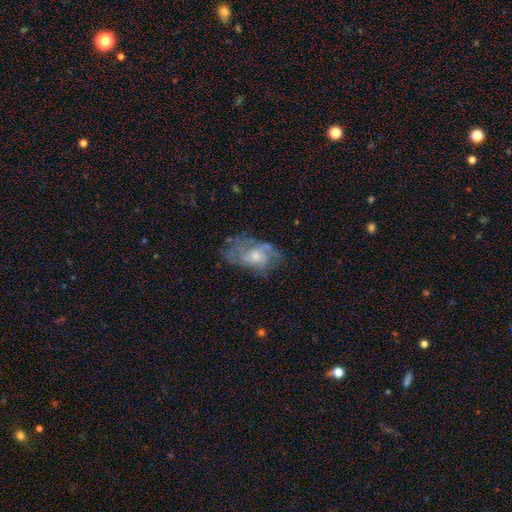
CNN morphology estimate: Smooth or featured?
  - featured or disk: 71% *
  - smooth: 21%
  - star or artifact: 8%
Edge-on disk?
  - no: 96% *
  - yes: 4%
Bar?
  - no: 72% *
  - weak: 25%
  - strong: 3%
Spiral arms?
  - yes: 78% *
  - no: 22%
Spiral winding?
  - medium: 44% *
  - tight: 32%
  - loose: 24%
Spiral arm count?
  - can't tell: 41% *
  - 2: 25%
  - 3: 17%
  - 4: 8%
  - 1: 5%
  - more than 4: 4%
Bulge size?
  - small: 48% *
  - moderate: 42%
  - none: 5%
  - large: 4%
  - dominant: 1%
Merging?
  - none: 53% *
  - minor disturbance: 24%
  - major disturbance: 21%
  - merger: 2%